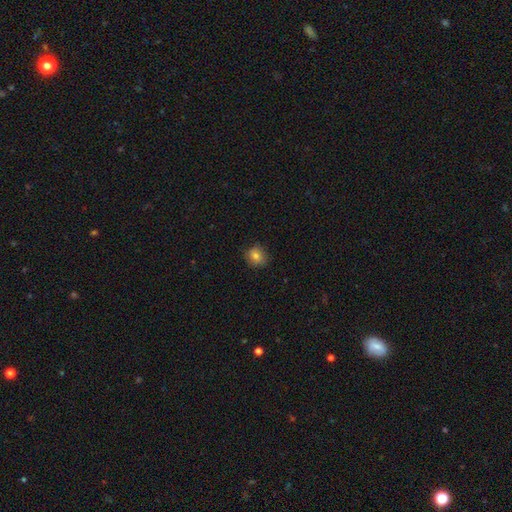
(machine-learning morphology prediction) This is likely a smooth galaxy (78%). How rounded: likely round (74%). Merging: clearly none (80%).